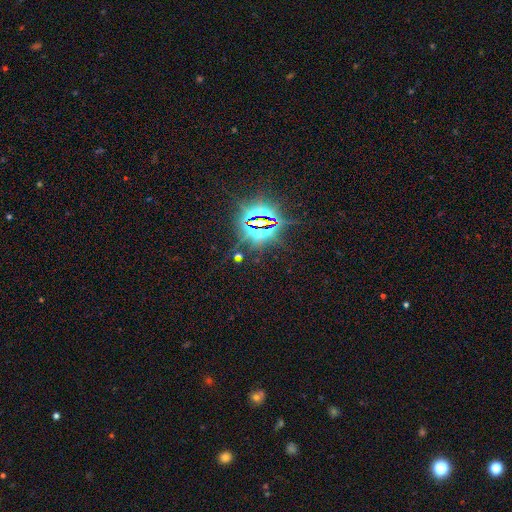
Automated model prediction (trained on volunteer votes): This appears to be a star or artifact, not a galaxy (86%).